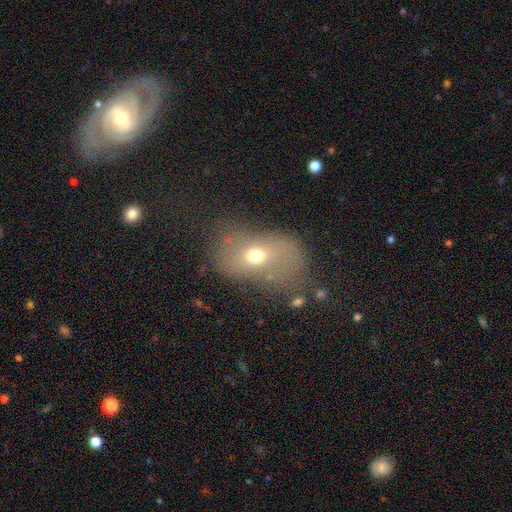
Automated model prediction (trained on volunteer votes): A smooth galaxy with no disk features (57%) that is in between round and cigar-shaped (74%).

Vote fractions:
- Smooth or featured? smooth: 57% / featured or disk: 27% / star or artifact: 16%
- How rounded? in between: 74% / round: 23% / cigar-shaped: 3%
- Merging? none: 61% / minor disturbance: 19% / major disturbance: 15% / merger: 5%